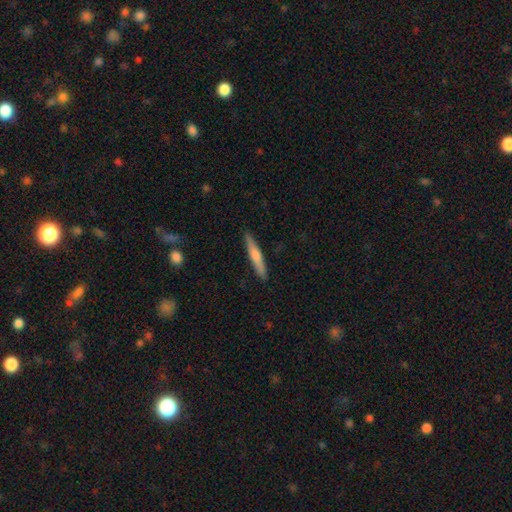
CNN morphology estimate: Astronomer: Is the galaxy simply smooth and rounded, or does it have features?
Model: smooth — 60%.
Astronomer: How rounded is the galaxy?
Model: cigar-shaped — 93%.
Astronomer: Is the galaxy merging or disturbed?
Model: none — 89%.